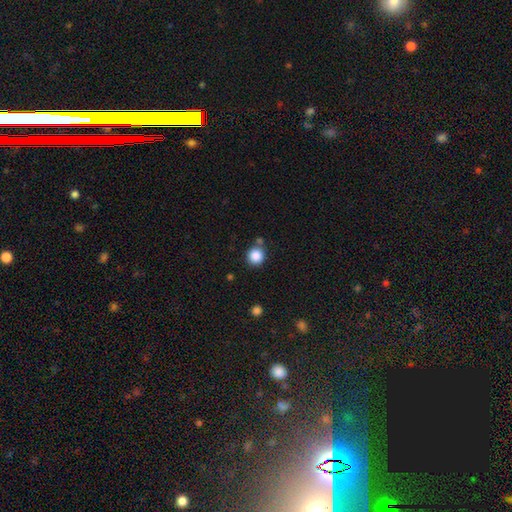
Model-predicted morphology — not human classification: Q: Smooth or featured?
A: smooth (86%); runner-up: star or artifact (10%)
Q: How rounded?
A: round (92%); runner-up: in between (7%)
Q: Merging?
A: none (78%); runner-up: minor disturbance (10%)